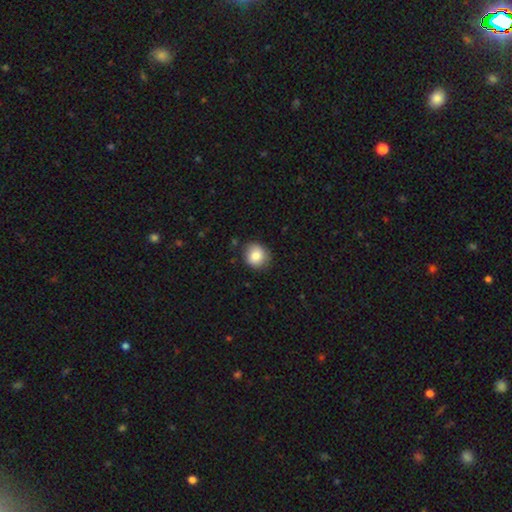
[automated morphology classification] smooth 85%, star or artifact 8%, featured or disk 6%. Down the decision tree: how rounded — round (82%); merging — none (82%).